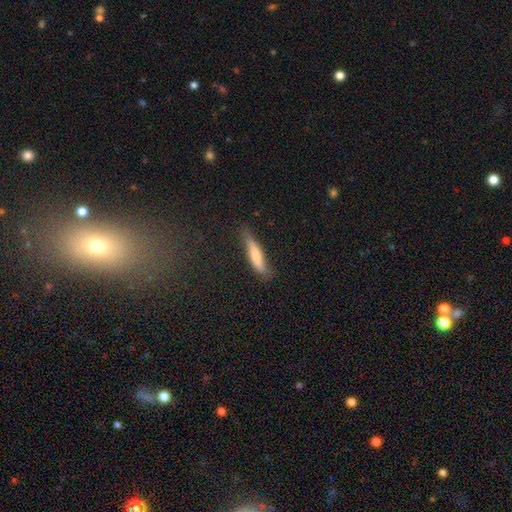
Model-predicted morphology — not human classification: The model was most divided on "merging": none: 66%, minor disturbance: 26%, major disturbance: 5%, merger: 2%. More confident: how rounded — cigar-shaped (83%); smooth or featured — smooth (72%).